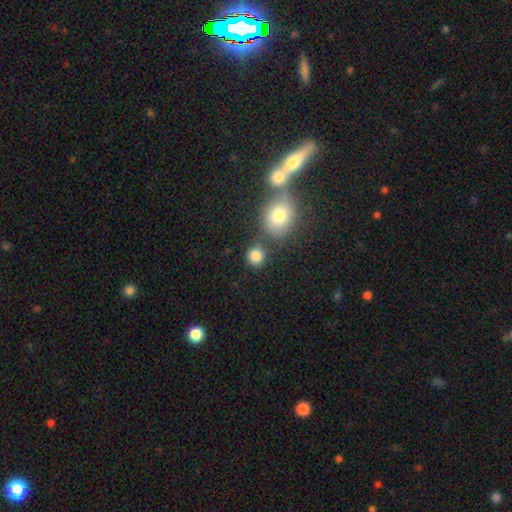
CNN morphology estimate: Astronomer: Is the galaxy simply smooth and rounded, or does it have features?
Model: smooth — 82%.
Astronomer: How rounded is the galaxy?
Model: round — 85%.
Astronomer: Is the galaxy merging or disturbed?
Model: none — 70%.